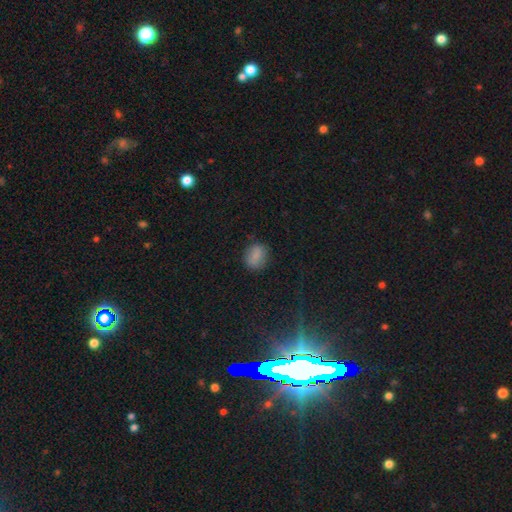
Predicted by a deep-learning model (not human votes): A smooth galaxy with no disk features (81%) that is in between round and cigar-shaped (54%).

Vote fractions:
- Smooth or featured? smooth: 81% / star or artifact: 11% / featured or disk: 8%
- How rounded? in between: 54% / round: 44% / cigar-shaped: 2%
- Merging? none: 80% / minor disturbance: 14% / major disturbance: 4% / merger: 1%